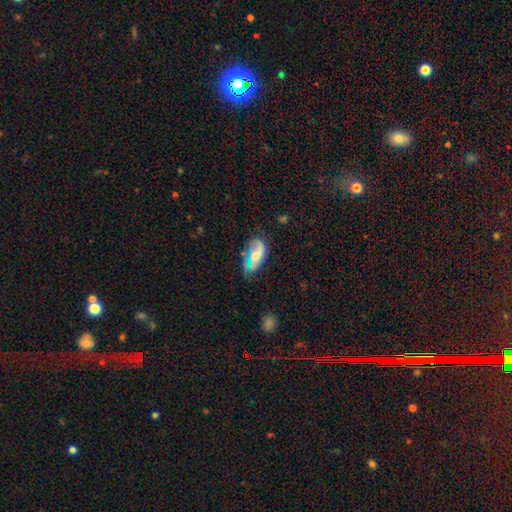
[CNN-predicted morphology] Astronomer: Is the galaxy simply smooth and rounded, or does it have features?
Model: featured or disk — 47% (runner-up: smooth, 43%).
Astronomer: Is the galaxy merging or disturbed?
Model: none — 47% (runner-up: minor disturbance, 28%).